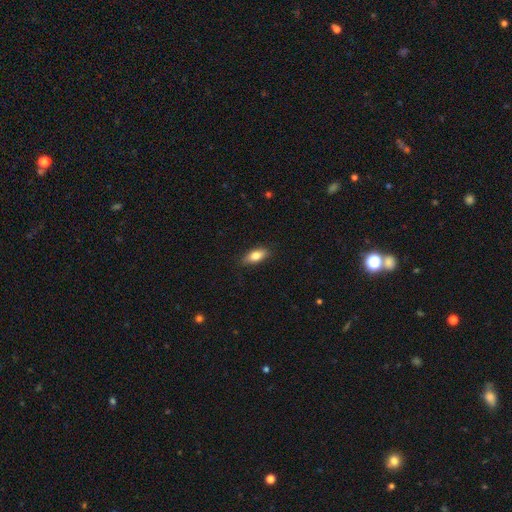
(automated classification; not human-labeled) The model was most divided on "smooth or featured": smooth: 79%, featured or disk: 15%, star or artifact: 7%. More confident: merging — none (85%); how rounded — in between (84%).